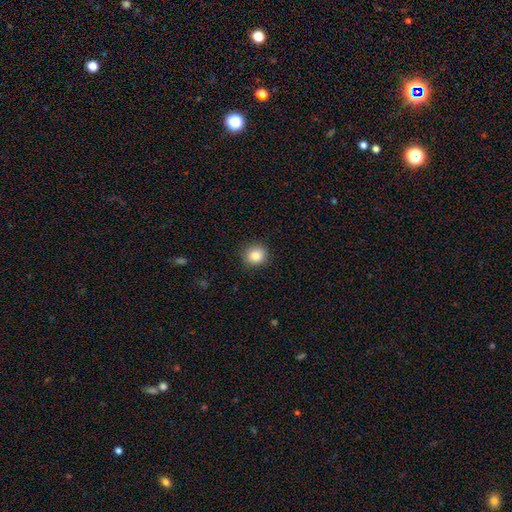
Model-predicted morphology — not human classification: The model was most divided on "smooth or featured": smooth: 85%, star or artifact: 9%, featured or disk: 6%. More confident: merging — none (90%); how rounded — round (88%).